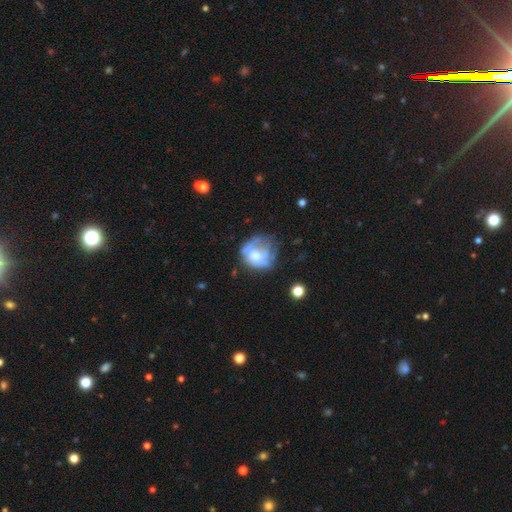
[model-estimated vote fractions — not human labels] Overall: featured or disk (56%; smooth 35%). Edge-on disk: no (97%). Bar: no (83%). Spiral arms: no (62%; yes 38%). Bulge size: moderate (57%; small 21%). Merging: none (42%; major disturbance 27%).